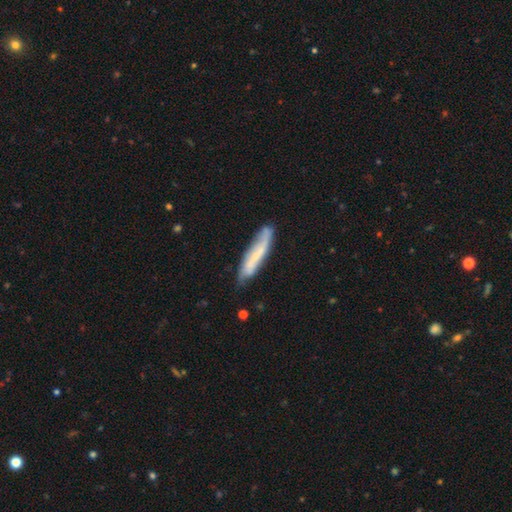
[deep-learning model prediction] smooth-or-featured: featured or disk: 55% | smooth: 38% | star or artifact: 7%
  disk-edge-on: no: 57% | yes: 43%
  merging: none: 73% | minor disturbance: 20% | major disturbance: 4% | merger: 3%